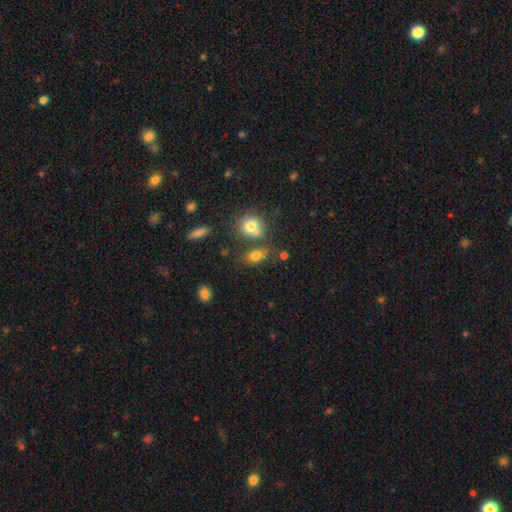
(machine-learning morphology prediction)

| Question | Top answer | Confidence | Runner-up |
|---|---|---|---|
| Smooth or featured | smooth | 79% | star or artifact (11%) |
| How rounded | in between | 81% | round (14%) |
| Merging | none | 64% | merger (16%) |